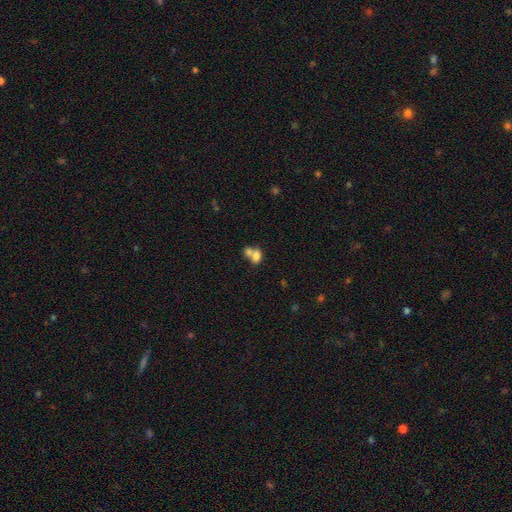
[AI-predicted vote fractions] A smooth galaxy with no disk features (75%) that is in between round and cigar-shaped (73%).

Vote fractions:
- Smooth or featured? smooth: 75% / featured or disk: 15% / star or artifact: 10%
- How rounded? in between: 73% / round: 25% / cigar-shaped: 2%
- Merging? merger: 62% / none: 26% / minor disturbance: 8% / major disturbance: 4%